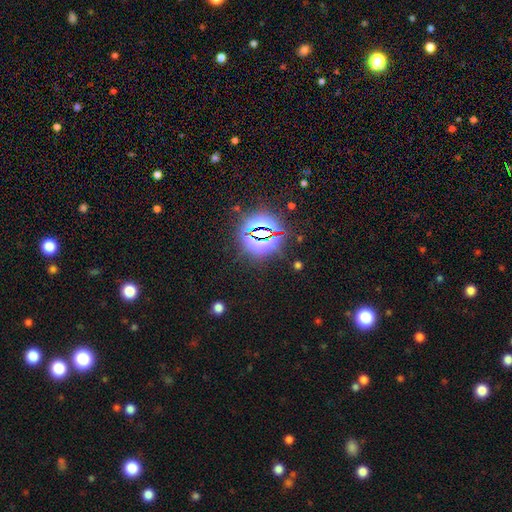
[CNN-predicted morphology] star or artifact 83%, smooth 10%, featured or disk 7%.